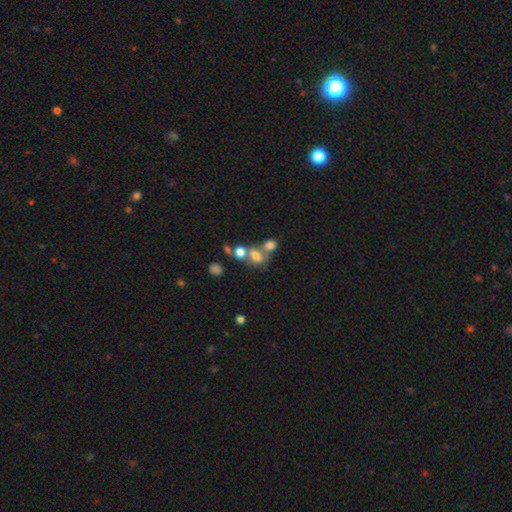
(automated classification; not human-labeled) smooth-or-featured: smooth: 68% | featured or disk: 17% | star or artifact: 15%
  how-rounded: in between: 60% | round: 37% | cigar-shaped: 2%
  merging: merger: 53% | none: 29% | minor disturbance: 10% | major disturbance: 8%